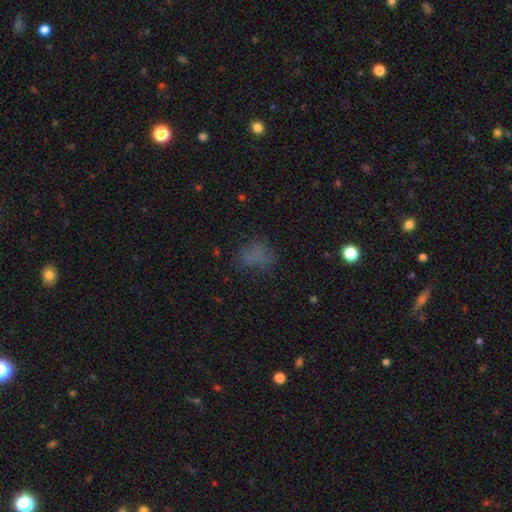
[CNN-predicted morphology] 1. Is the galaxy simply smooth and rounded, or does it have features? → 64% smooth, 23% star or artifact, 14% featured or disk.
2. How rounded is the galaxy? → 57% in between, 40% round, 3% cigar-shaped.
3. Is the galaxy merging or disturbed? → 62% none, 20% minor disturbance, 15% major disturbance, 3% merger.